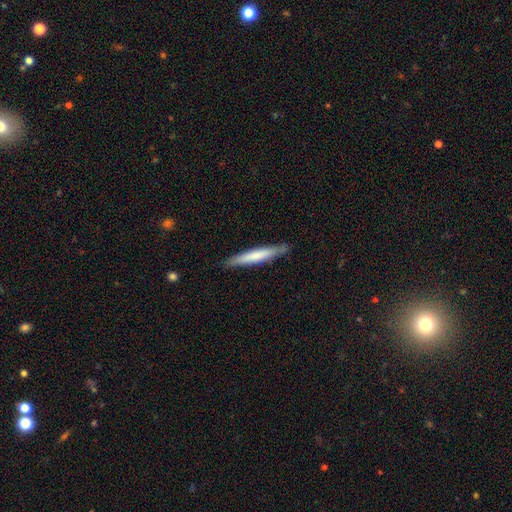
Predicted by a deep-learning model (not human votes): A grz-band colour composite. It shows a smooth galaxy with no disk features (64%) that is cigar-shaped (95%). Merging: none (87%).